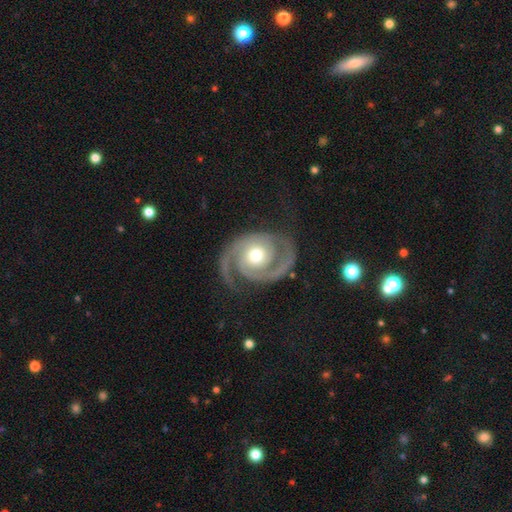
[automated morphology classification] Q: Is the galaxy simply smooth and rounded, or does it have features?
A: featured or disk — 92%.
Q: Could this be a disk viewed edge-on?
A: no — 98%.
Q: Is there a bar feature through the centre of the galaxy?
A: no — 77%.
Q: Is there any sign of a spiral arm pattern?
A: yes — 98%.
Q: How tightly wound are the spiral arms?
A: tight — 56%.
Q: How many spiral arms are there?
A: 2 — 86%.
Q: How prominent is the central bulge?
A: moderate — 72%.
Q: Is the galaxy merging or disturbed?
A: none — 76%.